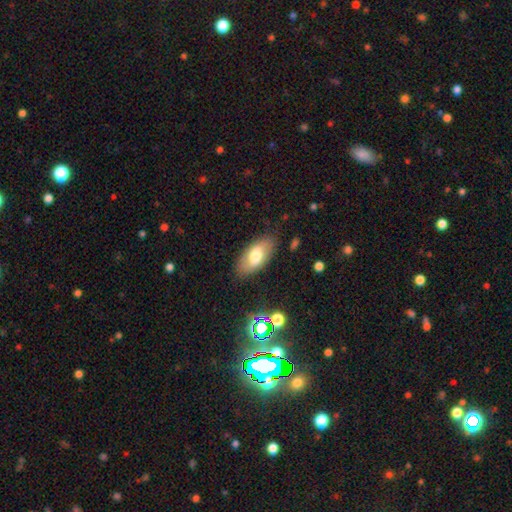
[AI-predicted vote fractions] Smooth or featured: smooth — 69% (featured or disk — 24%)
How rounded: in between — 91% (cigar-shaped — 6%)
Merging: none — 82% (minor disturbance — 13%)